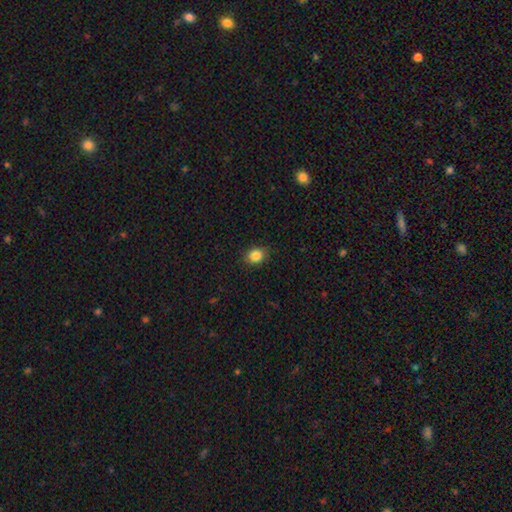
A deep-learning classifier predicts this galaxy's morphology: smooth-or-featured: smooth: 85% | star or artifact: 10% | featured or disk: 5%
  how-rounded: round: 63% | in between: 36% | cigar-shaped: 1%
  merging: none: 87% | minor disturbance: 10% | major disturbance: 2% | merger: 1%